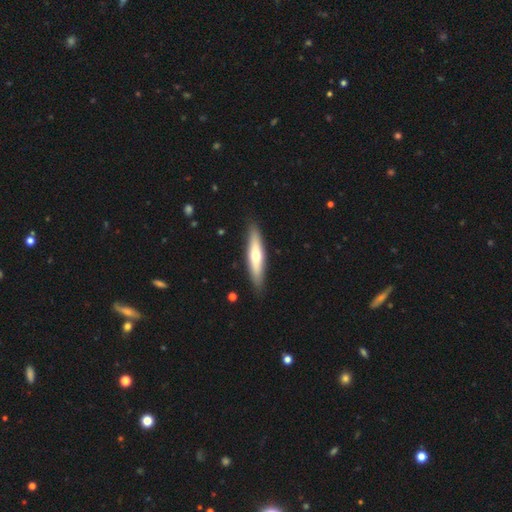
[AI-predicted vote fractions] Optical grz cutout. It shows a smooth galaxy with no disk features (49%). Merging: none (88%).